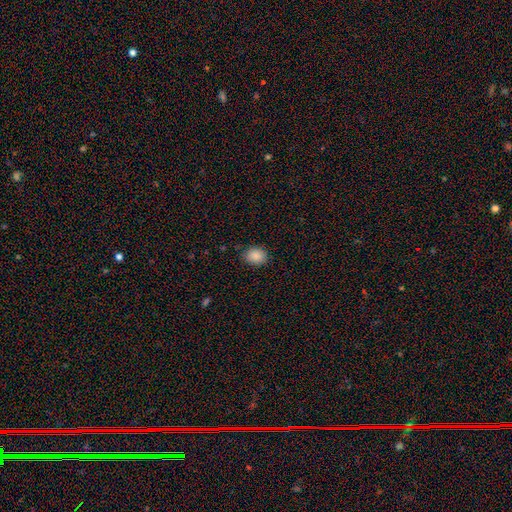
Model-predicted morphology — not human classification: Smooth or featured: smooth — 88% (star or artifact — 8%)
How rounded: in between — 55% (round — 44%)
Merging: none — 85% (minor disturbance — 12%)